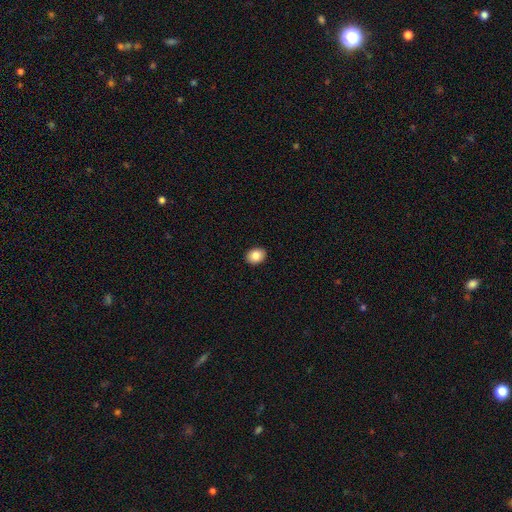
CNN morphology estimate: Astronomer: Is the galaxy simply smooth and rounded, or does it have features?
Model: smooth — 85%.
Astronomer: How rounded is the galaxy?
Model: in between — 64%.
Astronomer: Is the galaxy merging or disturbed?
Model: none — 91%.